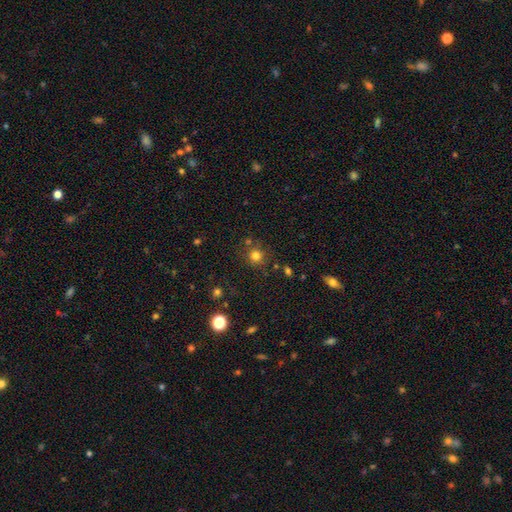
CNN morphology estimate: smooth-or-featured: smooth: 77% | star or artifact: 17% | featured or disk: 6%
  how-rounded: round: 92% | in between: 7% | cigar-shaped: 1%
  merging: none: 79% | minor disturbance: 10% | merger: 8% | major disturbance: 4%